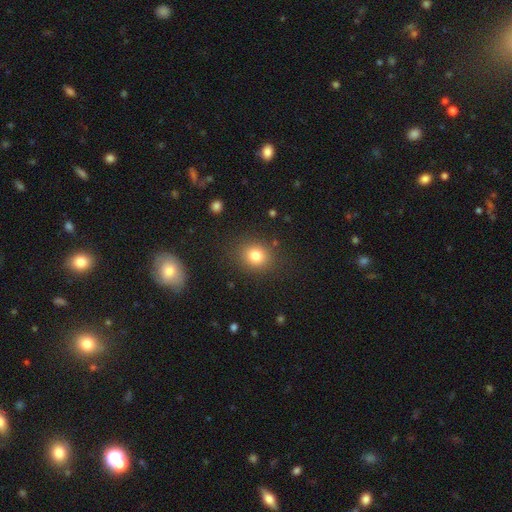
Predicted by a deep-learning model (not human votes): smooth_or_featured: smooth (p=0.80) [alt: star or artifact p=0.12]
how_rounded: round (p=0.72) [alt: in between p=0.27]
merging: none (p=0.85) [alt: minor disturbance p=0.09]